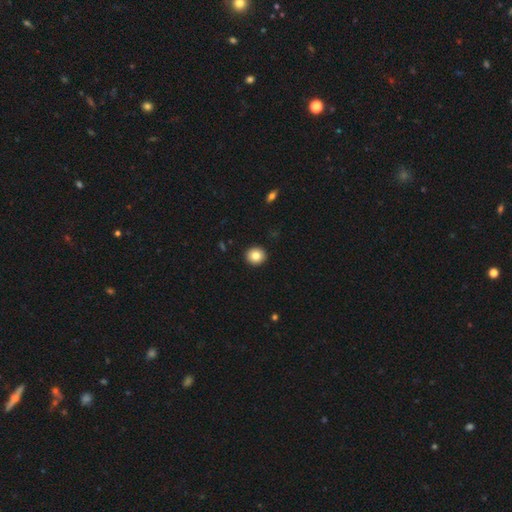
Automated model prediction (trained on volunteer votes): This is clearly a smooth galaxy (83%). How rounded: clearly round (88%). Merging: clearly none (93%).